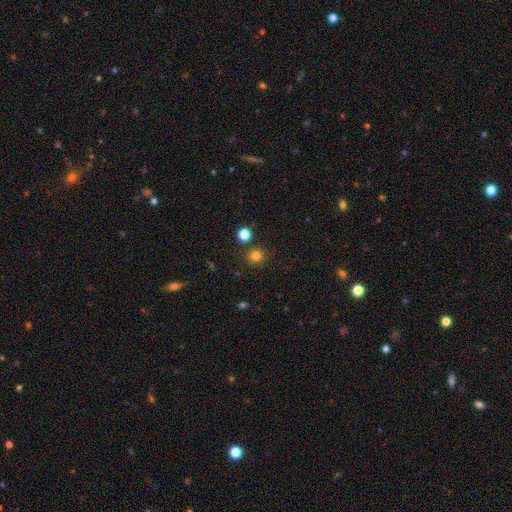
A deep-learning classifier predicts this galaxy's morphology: Smooth or featured? Predicted: smooth (p=0.79). How rounded? Predicted: round (p=0.92). Merging? Predicted: none (p=0.83).